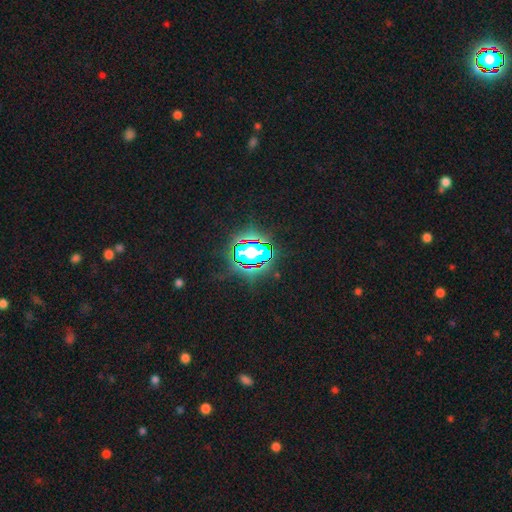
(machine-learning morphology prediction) Smooth or featured? Predicted: star or artifact (p=0.68).